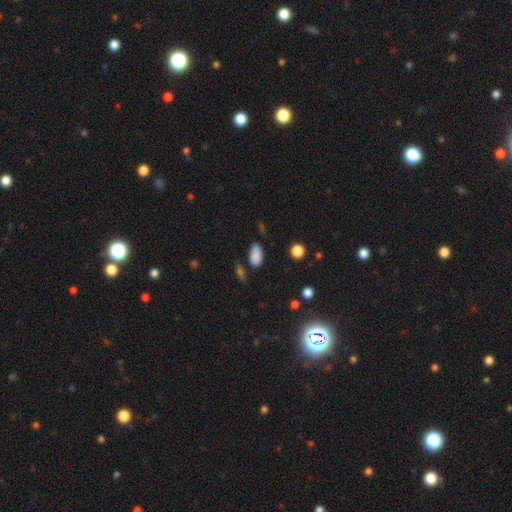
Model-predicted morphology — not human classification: smooth-or-featured: smooth: 85% | star or artifact: 10% | featured or disk: 5%
  how-rounded: in between: 93% | round: 5% | cigar-shaped: 2%
  merging: none: 69% | minor disturbance: 20% | merger: 5% | major disturbance: 5%